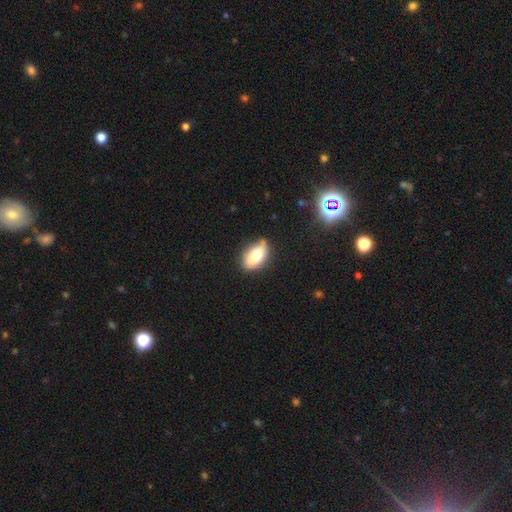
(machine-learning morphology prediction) Smooth or featured? smooth (78%)
How rounded? in between (90%)
Merging? none (68%)